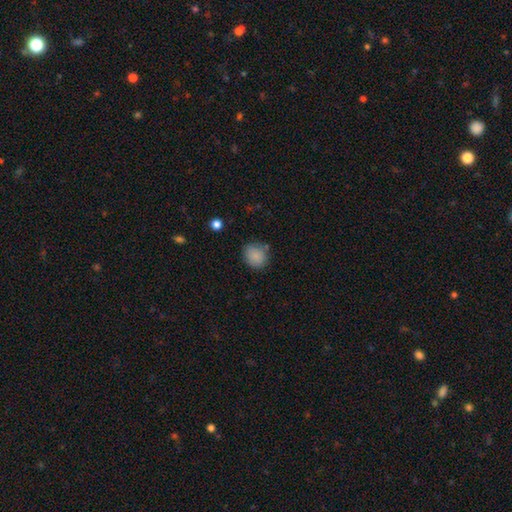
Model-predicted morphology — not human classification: Smooth or featured?
  - smooth: 86% *
  - star or artifact: 9%
  - featured or disk: 5%
How rounded?
  - round: 67% *
  - in between: 32%
  - cigar-shaped: 1%
Merging?
  - none: 73% *
  - minor disturbance: 17%
  - merger: 5%
  - major disturbance: 4%